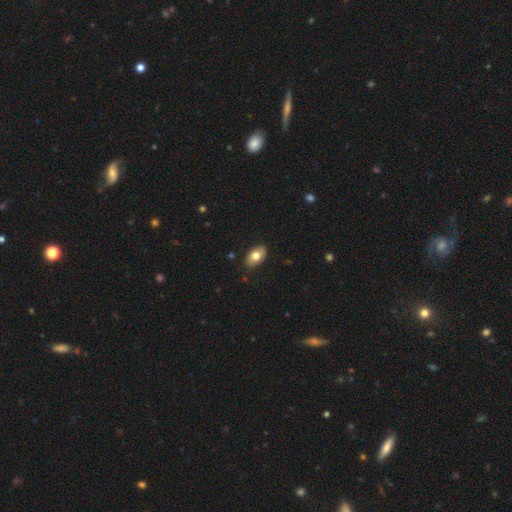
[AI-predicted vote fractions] The model was most divided on "smooth or featured": smooth: 75%, featured or disk: 18%, star or artifact: 7%. More confident: how rounded — in between (91%); merging — none (85%).